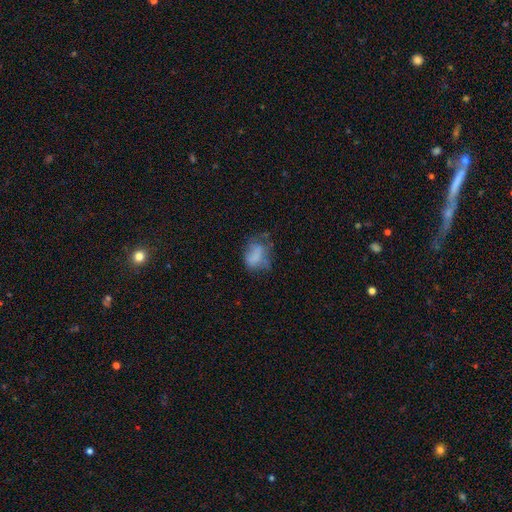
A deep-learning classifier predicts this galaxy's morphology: The model was most divided on "merging": none: 37%, minor disturbance: 30%, major disturbance: 29%, merger: 4%. More confident: how rounded — in between (73%); smooth or featured — smooth (66%).